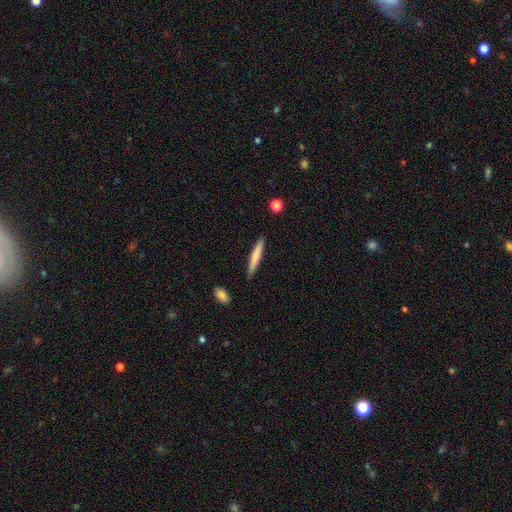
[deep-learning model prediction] Overall: smooth (71%). How rounded: cigar-shaped (94%). Merging: none (88%).